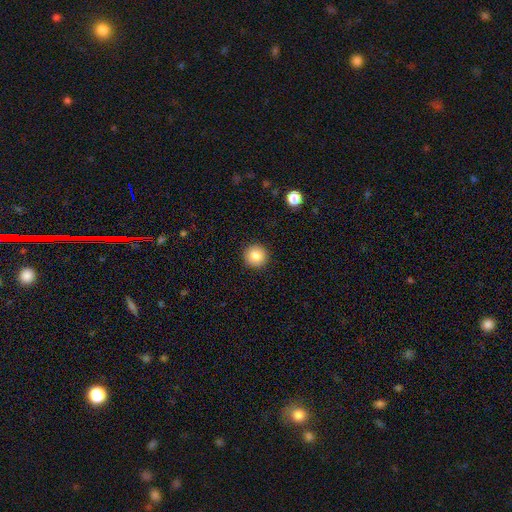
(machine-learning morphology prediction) Q: Smooth or featured?
A: smooth (84%); runner-up: star or artifact (9%)
Q: How rounded?
A: round (95%); runner-up: in between (4%)
Q: Merging?
A: none (92%); runner-up: minor disturbance (5%)